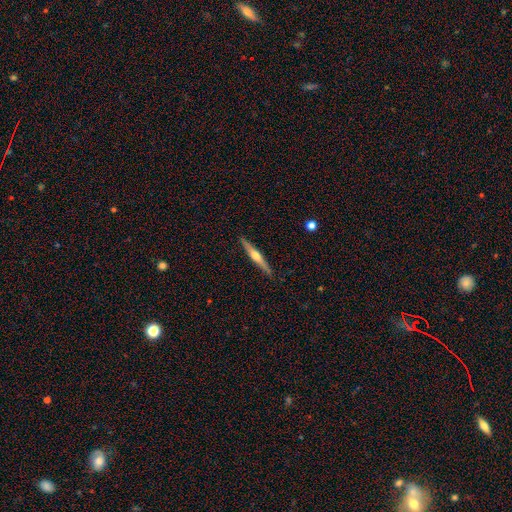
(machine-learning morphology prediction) featured or disk 69%, smooth 26%, star or artifact 5%. Down the decision tree: edge-on disk — yes (98%); edge-on bulge — rounded (90%); merging — none (90%).